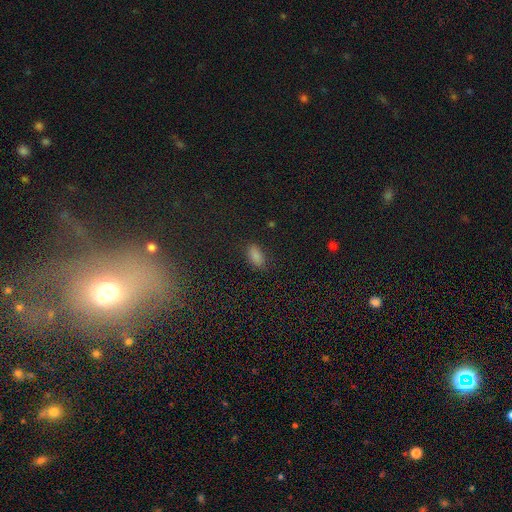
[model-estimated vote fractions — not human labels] The model was most divided on "smooth or featured": smooth: 79%, star or artifact: 16%, featured or disk: 4%. More confident: how rounded — in between (91%); merging — none (84%).